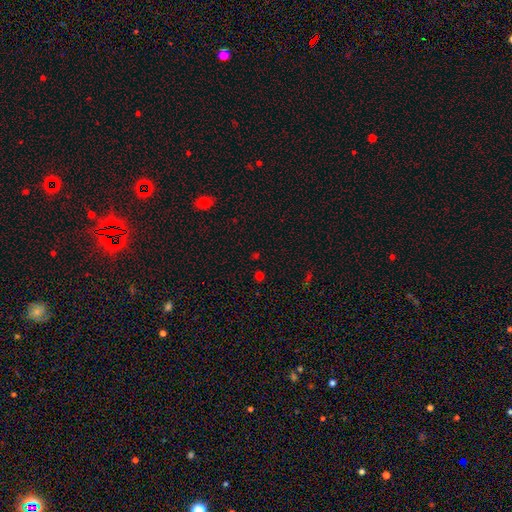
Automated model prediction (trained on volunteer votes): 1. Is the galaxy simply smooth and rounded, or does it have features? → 47% star or artifact (tied), 47% smooth (tied), 6% featured or disk.